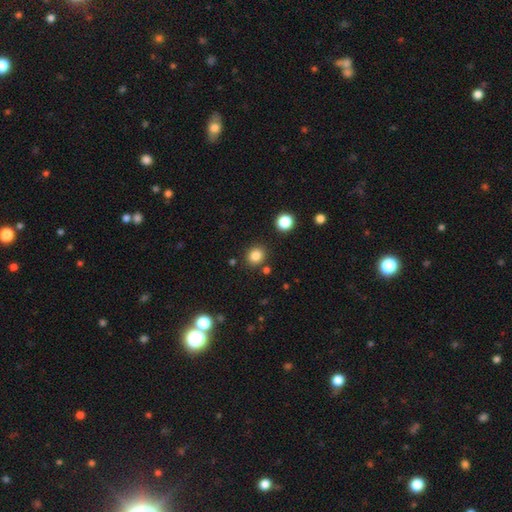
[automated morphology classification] smooth-or-featured: smooth: 84% | star or artifact: 12% | featured or disk: 5%
  how-rounded: round: 77% | in between: 22% | cigar-shaped: 1%
  merging: none: 85% | minor disturbance: 8% | merger: 4% | major disturbance: 3%